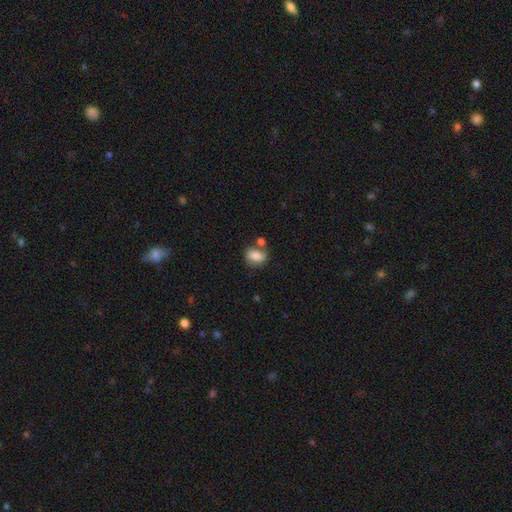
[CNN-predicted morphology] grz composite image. It shows a smooth galaxy with no disk features (73%) that is in between round and cigar-shaped (58%). Merging: none (53%).